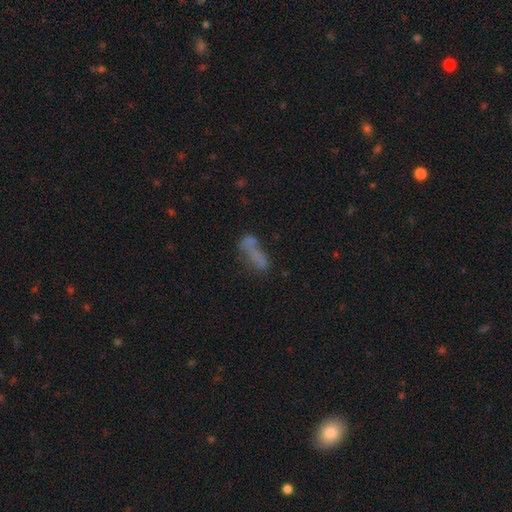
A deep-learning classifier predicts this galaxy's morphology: type=smooth (58%); roundness=in between (56%); merging=none (36%).